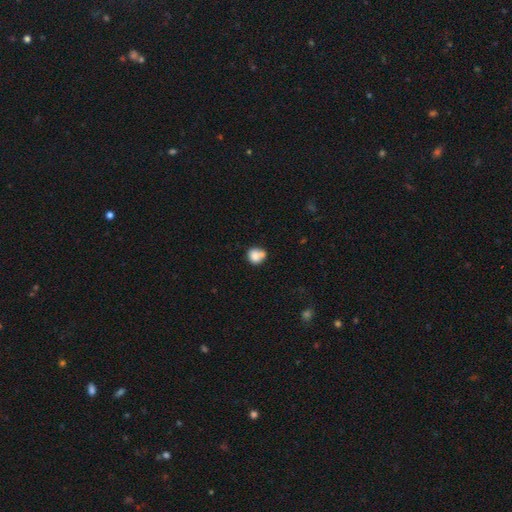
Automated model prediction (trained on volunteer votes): Q: Smooth or featured?
A: smooth (79%); runner-up: featured or disk (11%)
Q: How rounded?
A: round (74%); runner-up: in between (25%)
Q: Merging?
A: none (43%); runner-up: merger (34%)